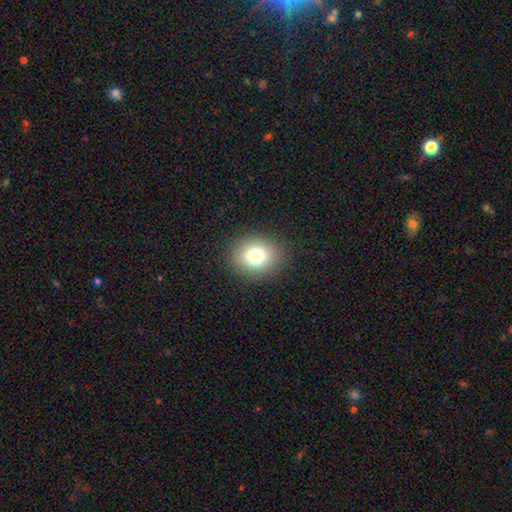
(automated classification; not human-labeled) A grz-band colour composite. It shows a smooth galaxy with no disk features (78%) that is round (62%). Merging: none (89%).